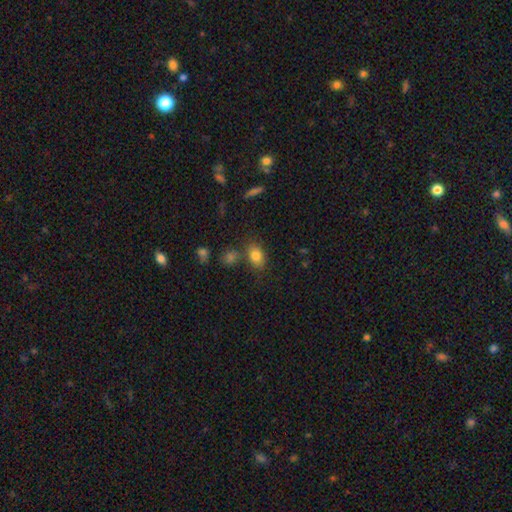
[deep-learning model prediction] smooth 81%, star or artifact 10%, featured or disk 9%. Down the decision tree: how rounded — in between (78%); merging — none (69%).